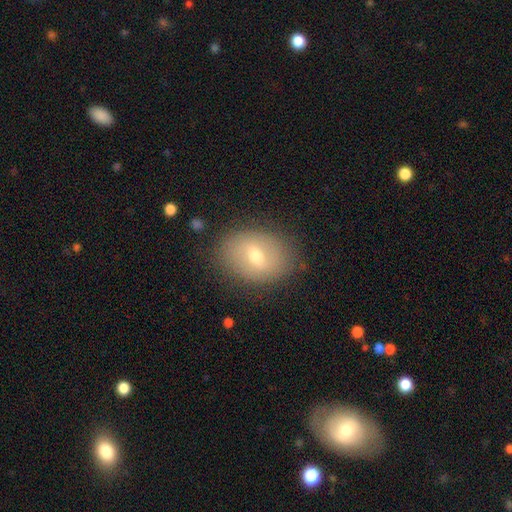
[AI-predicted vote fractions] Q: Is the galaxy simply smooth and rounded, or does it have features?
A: smooth — 56%.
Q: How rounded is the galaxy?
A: in between — 67%.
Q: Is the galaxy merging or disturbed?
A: none — 82%.